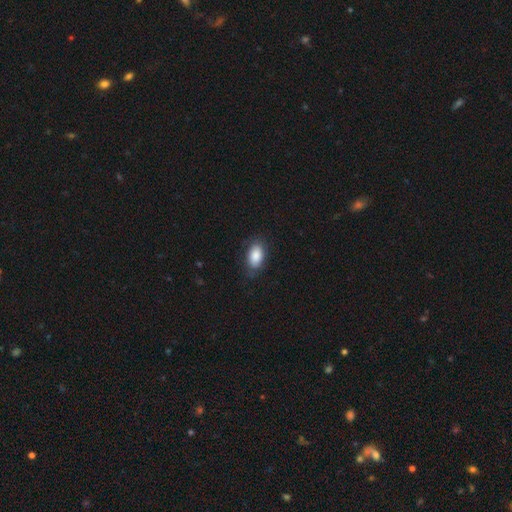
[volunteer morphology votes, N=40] This appears to be a smooth galaxy with no disk features (82%) that is in between round and cigar-shaped (79%). Merging: none (73%).